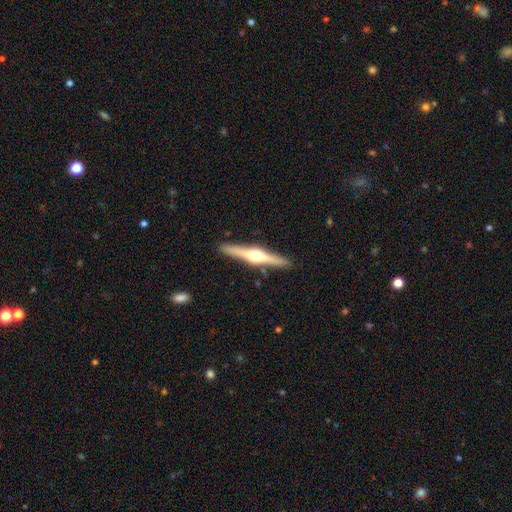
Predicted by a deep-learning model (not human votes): A featured or disk galaxy (76%) viewed edge-on (98%) with a rounded central bulge (94%). Merging: none (91%).